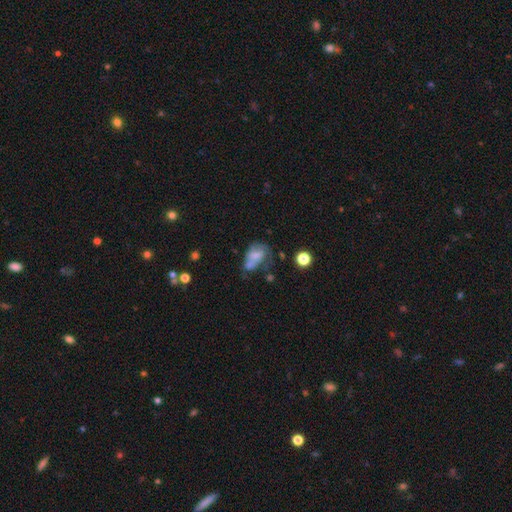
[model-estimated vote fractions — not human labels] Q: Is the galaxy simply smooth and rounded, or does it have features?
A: smooth — 52%.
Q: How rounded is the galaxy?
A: in between — 81%.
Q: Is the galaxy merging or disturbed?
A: major disturbance — 28%, tied with none.